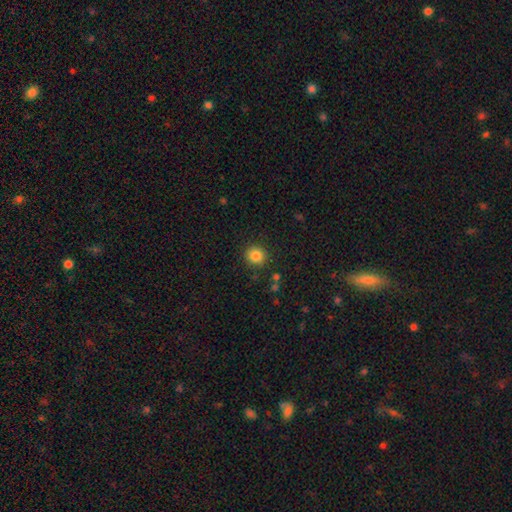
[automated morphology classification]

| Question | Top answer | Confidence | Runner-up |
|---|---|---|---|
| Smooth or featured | smooth | 84% | star or artifact (11%) |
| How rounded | round | 88% | in between (11%) |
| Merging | none | 89% | minor disturbance (7%) |